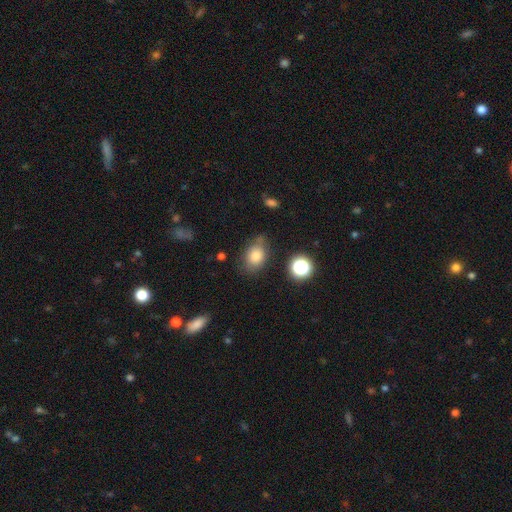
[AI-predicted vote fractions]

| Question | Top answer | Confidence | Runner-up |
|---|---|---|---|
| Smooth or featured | smooth | 80% | star or artifact (11%) |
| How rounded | in between | 69% | round (30%) |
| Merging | none | 66% | minor disturbance (22%) |